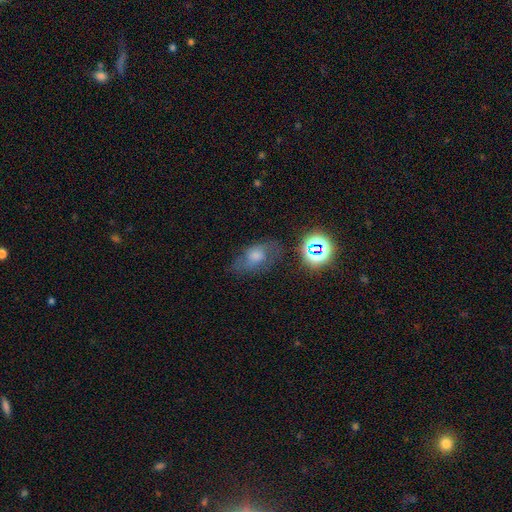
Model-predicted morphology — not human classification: The model was most divided on "smooth or featured": smooth: 48%, featured or disk: 32%, star or artifact: 21%. More confident: merging — none (58%).